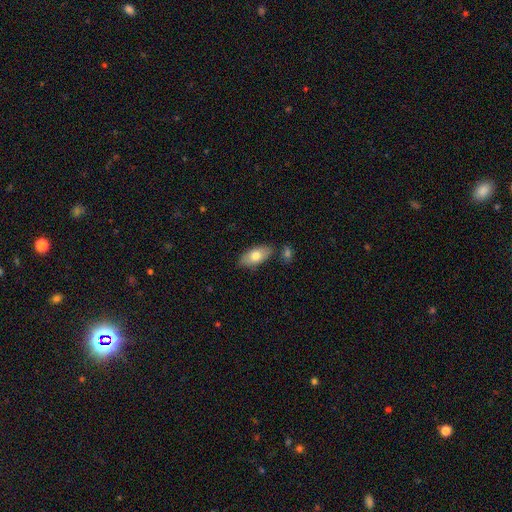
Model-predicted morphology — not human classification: Smooth or featured? smooth (73%)
How rounded? in between (91%)
Merging? none (79%)